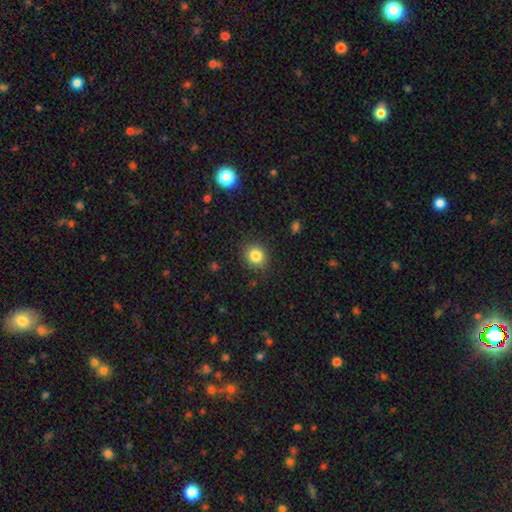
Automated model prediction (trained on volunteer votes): Smooth or featured? Predicted: smooth (p=0.84). How rounded? Predicted: round (p=0.79). Merging? Predicted: none (p=0.87).